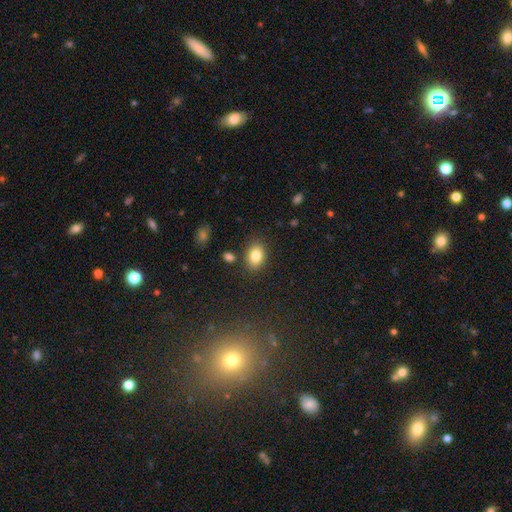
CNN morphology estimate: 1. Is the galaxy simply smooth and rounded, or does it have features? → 83% smooth, 9% star or artifact, 8% featured or disk.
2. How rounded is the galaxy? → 77% in between, 22% round, 1% cigar-shaped.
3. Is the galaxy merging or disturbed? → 82% none, 11% minor disturbance, 4% merger, 3% major disturbance.